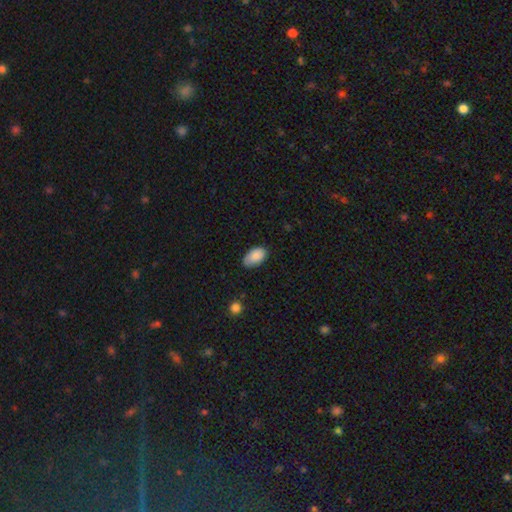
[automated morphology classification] Smooth or featured?
  - smooth: 88% *
  - star or artifact: 7%
  - featured or disk: 5%
How rounded?
  - in between: 94% *
  - round: 5%
  - cigar-shaped: 1%
Merging?
  - none: 73% *
  - minor disturbance: 22%
  - major disturbance: 4%
  - merger: 1%